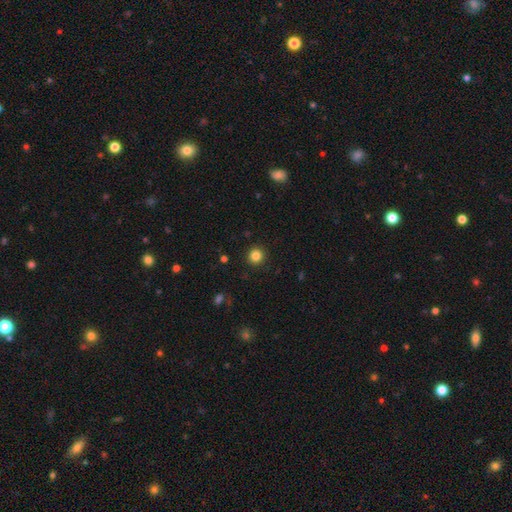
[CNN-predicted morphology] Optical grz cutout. It shows a smooth galaxy with no disk features (84%) that is round (94%). Merging: none (92%).